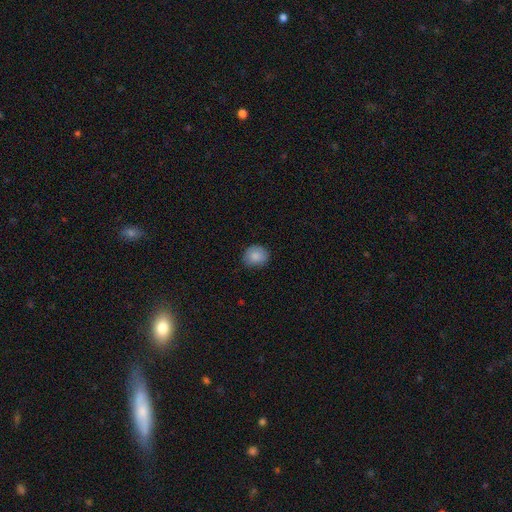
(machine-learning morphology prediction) The model was most divided on "how rounded": round: 75%, in between: 24%, cigar-shaped: 1%. More confident: smooth or featured — smooth (86%); merging — none (82%).